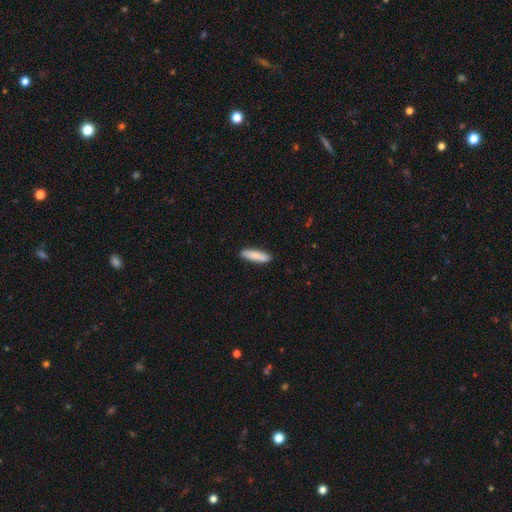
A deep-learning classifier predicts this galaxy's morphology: smooth 85%, featured or disk 9%, star or artifact 5%. Down the decision tree: how rounded — cigar-shaped (77%); merging — none (88%).